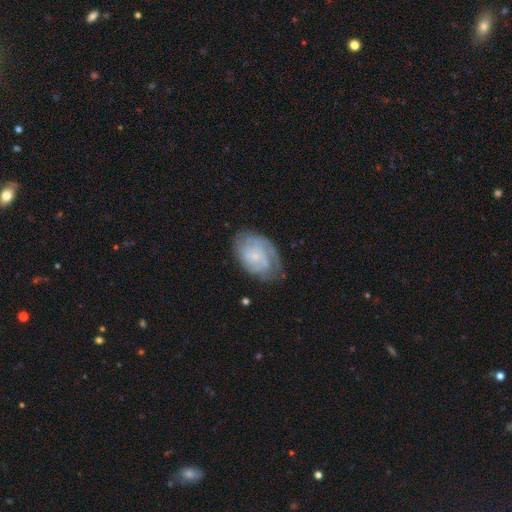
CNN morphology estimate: This appears to be a featured or disk galaxy (66%) with no bar (73%), tight (59%) spiral arms (86%) and a small central bulge (69%). Merging: none (65%).